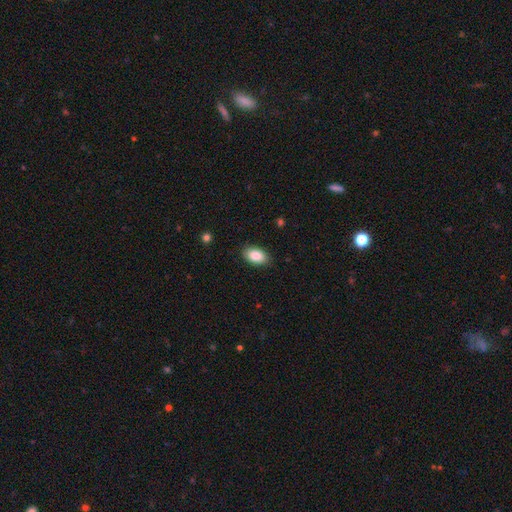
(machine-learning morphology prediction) A smooth galaxy with no disk features (88%) that is in between round and cigar-shaped (93%).

Vote fractions:
- Smooth or featured? smooth: 88% / star or artifact: 7% / featured or disk: 5%
- How rounded? in between: 93% / round: 6% / cigar-shaped: 2%
- Merging? none: 87% / minor disturbance: 10% / major disturbance: 2% / merger: 1%